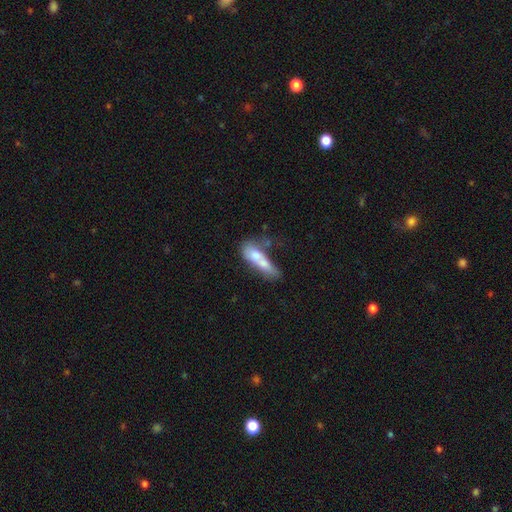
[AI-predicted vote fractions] The model was most divided on "how rounded": in between: 49%, cigar-shaped: 45%, round: 6%. More confident: smooth or featured — smooth (59%); merging — merger (54%).